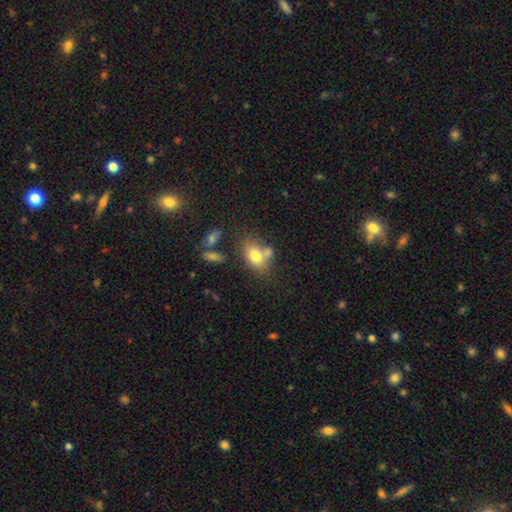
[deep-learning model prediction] smooth_or_featured: smooth (p=0.75) [alt: featured or disk p=0.16]
how_rounded: in between (p=0.76) [alt: round p=0.22]
merging: none (p=0.49) [alt: merger p=0.28]